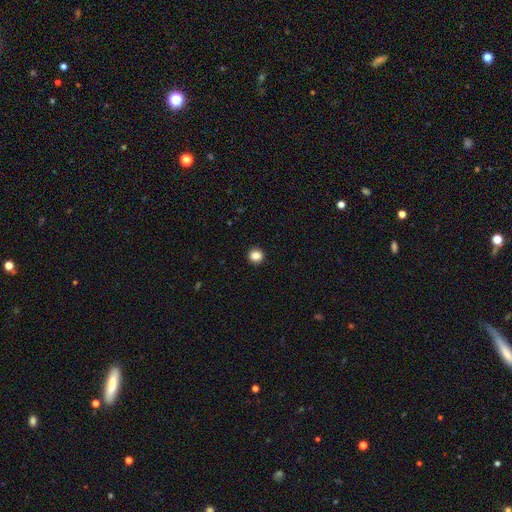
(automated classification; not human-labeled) Smooth or featured? smooth (86%)
How rounded? round (92%)
Merging? none (93%)